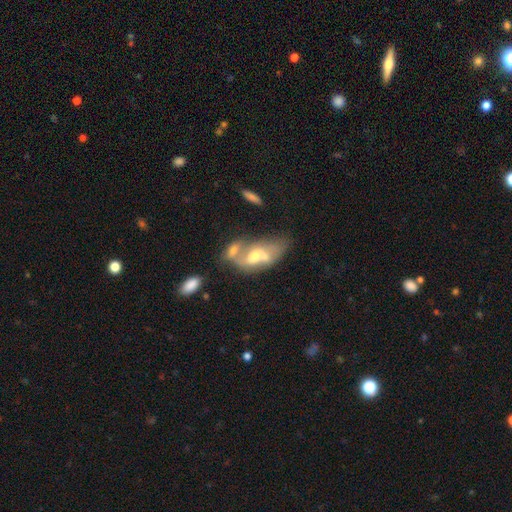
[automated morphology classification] Smooth or featured? featured or disk (57%)
Edge-on disk? no (93%)
Bar? no (63%)
Spiral arms? no (54%)
Bulge size? moderate (61%)
Merging? merger (56%)